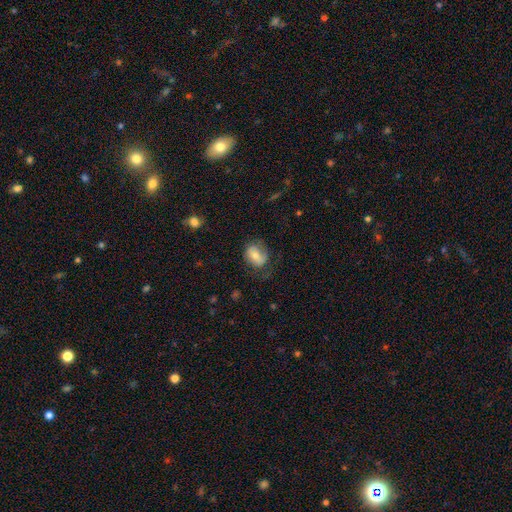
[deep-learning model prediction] Morphology: type=smooth (66%); roundness=in between (65%); merging=none (54%).